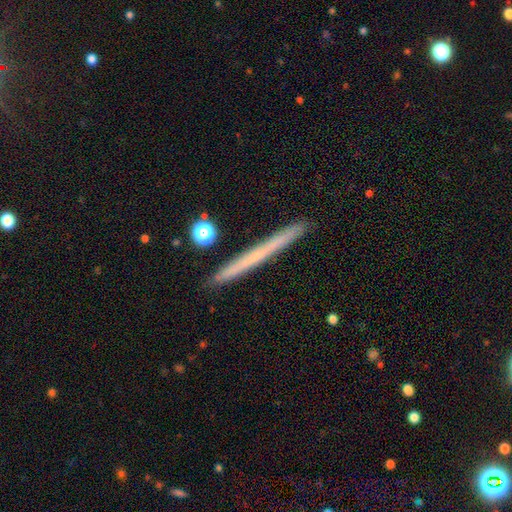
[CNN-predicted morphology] Smooth or featured? Predicted: smooth (p=0.52). How rounded? Predicted: cigar-shaped (p=0.97). Merging? Predicted: none (p=0.91).